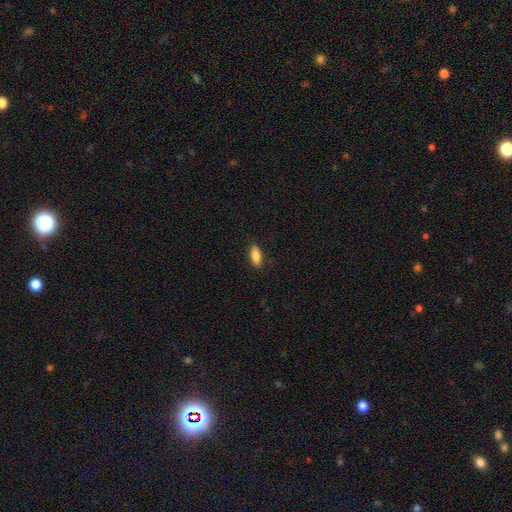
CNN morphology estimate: smooth_or_featured: smooth (p=0.85) [alt: featured or disk p=0.08]
how_rounded: in between (p=0.80) [alt: cigar-shaped p=0.17]
merging: none (p=0.88) [alt: minor disturbance p=0.09]